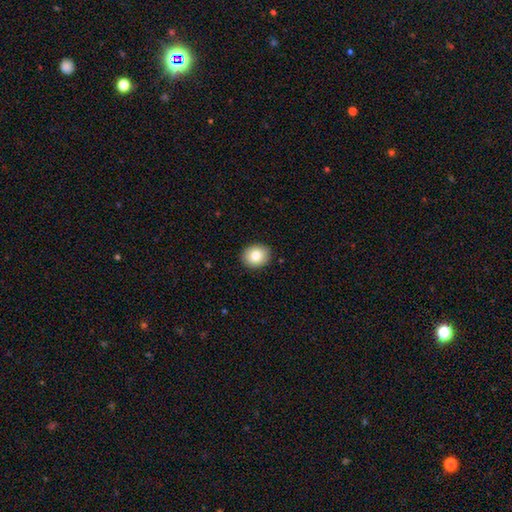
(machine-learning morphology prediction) This appears to be a smooth galaxy with no disk features (81%) that is round (65%). Merging: none (90%).